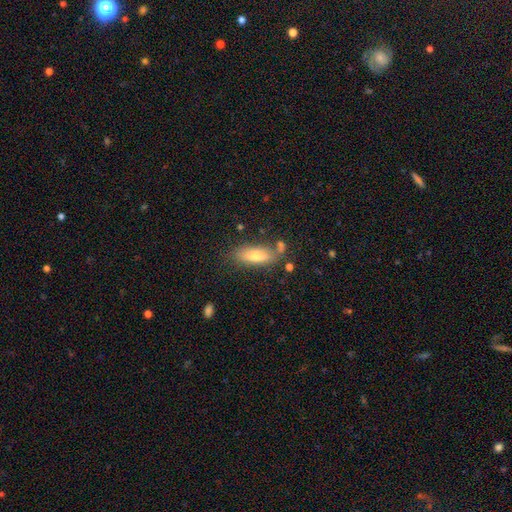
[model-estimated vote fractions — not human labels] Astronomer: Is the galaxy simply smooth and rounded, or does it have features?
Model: smooth — 69%.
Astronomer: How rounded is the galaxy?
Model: in between — 58% (runner-up: cigar-shaped, 40%).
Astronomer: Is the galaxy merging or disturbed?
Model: none — 71%.